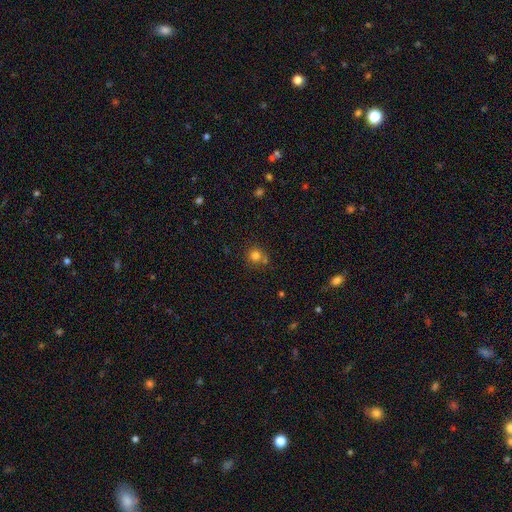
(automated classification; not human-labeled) This is likely a smooth galaxy (79%). How rounded: clearly round (91%). Merging: likely none (68%).